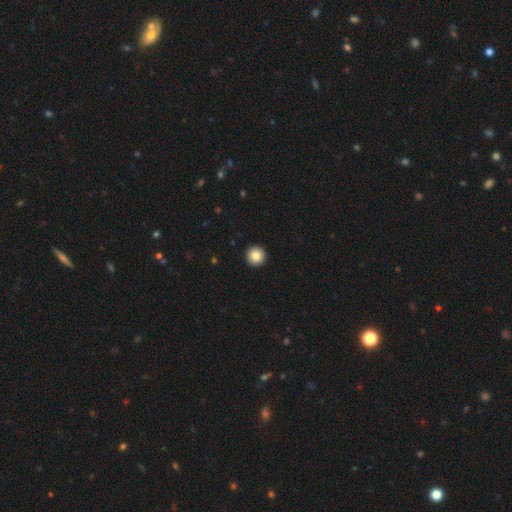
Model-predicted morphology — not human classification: Q: Smooth or featured?
A: smooth (85%); runner-up: star or artifact (9%)
Q: How rounded?
A: round (97%); runner-up: in between (2%)
Q: Merging?
A: none (94%); runner-up: minor disturbance (3%)